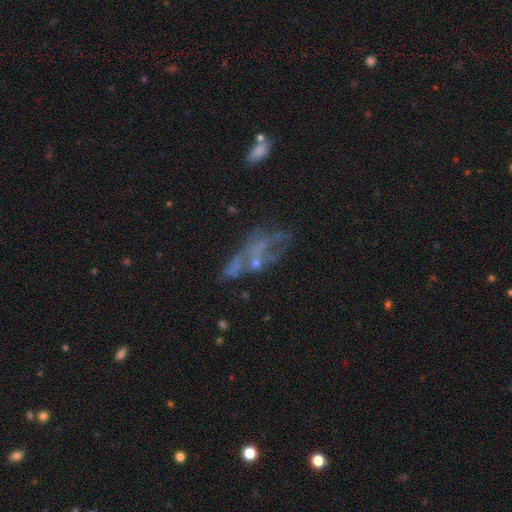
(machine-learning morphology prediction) A featured or disk galaxy (57%) with no bar (85%), no spiral arms (84%) and no central bulge (57%).

Vote fractions:
- Smooth or featured? featured or disk: 57% / smooth: 24% / star or artifact: 19%
- Edge-on disk? no: 90% / yes: 10%
- Bar? no: 85% / weak: 11% / strong: 4%
- Spiral arms? no: 84% / yes: 16%
- Bulge size? none: 57% / small: 30% / moderate: 10% / large: 2% / dominant: 1%
- Merging? none: 38% / major disturbance: 29% / minor disturbance: 18% / merger: 16%